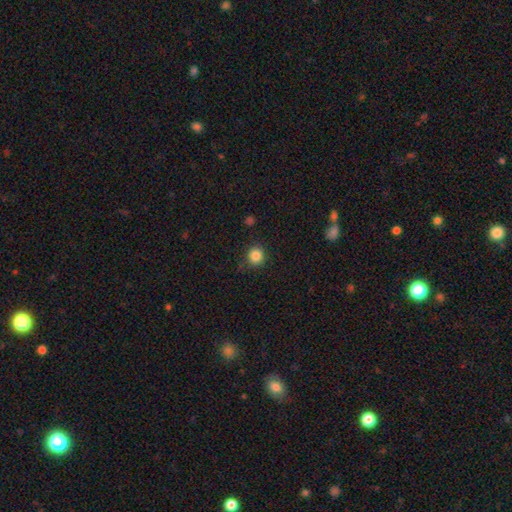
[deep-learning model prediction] This appears to be a smooth galaxy with no disk features (85%) that is round (91%). Merging: none (87%).